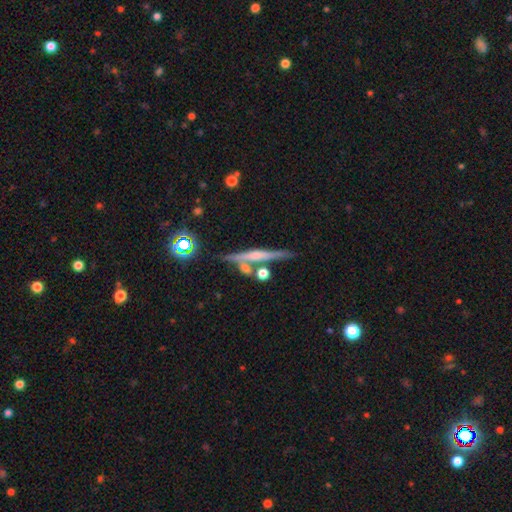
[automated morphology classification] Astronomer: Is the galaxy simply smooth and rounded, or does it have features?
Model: featured or disk — 61%.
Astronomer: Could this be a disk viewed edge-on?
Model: yes — 95%.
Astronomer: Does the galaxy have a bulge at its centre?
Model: rounded — 50% (runner-up: none, 38%).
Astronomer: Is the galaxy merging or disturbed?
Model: none — 73%.